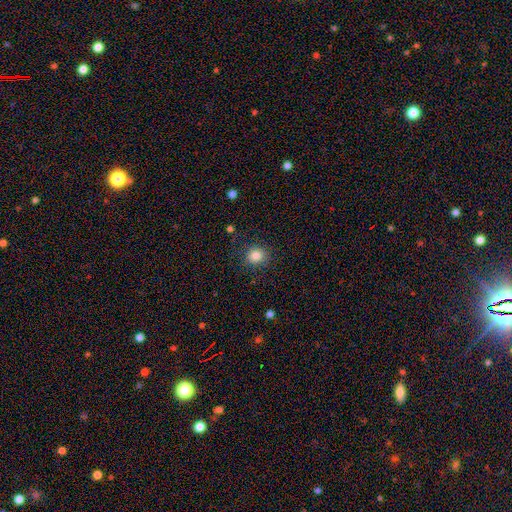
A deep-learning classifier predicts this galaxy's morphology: type=smooth (84%); roundness=round (83%); merging=none (85%).